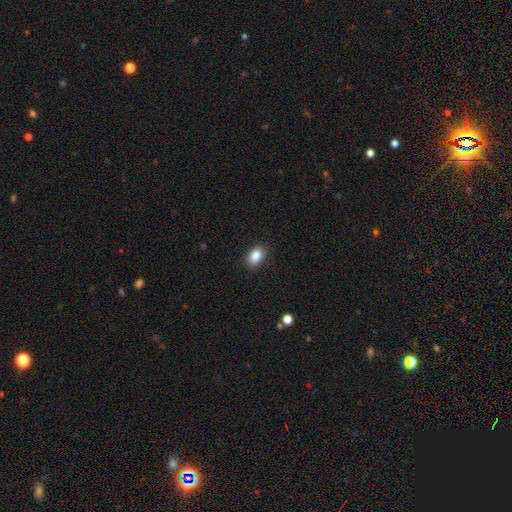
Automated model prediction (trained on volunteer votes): This is clearly a smooth galaxy (85%). How rounded: clearly in between (83%). Merging: clearly none (86%).